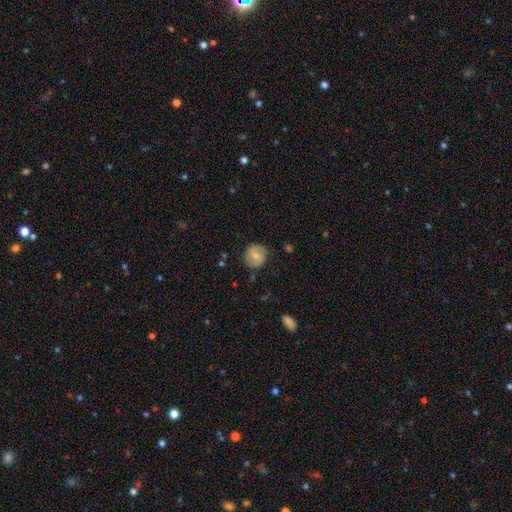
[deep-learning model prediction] Overall: smooth (54%; featured or disk 38%). How rounded: round (86%). Merging: none (80%).